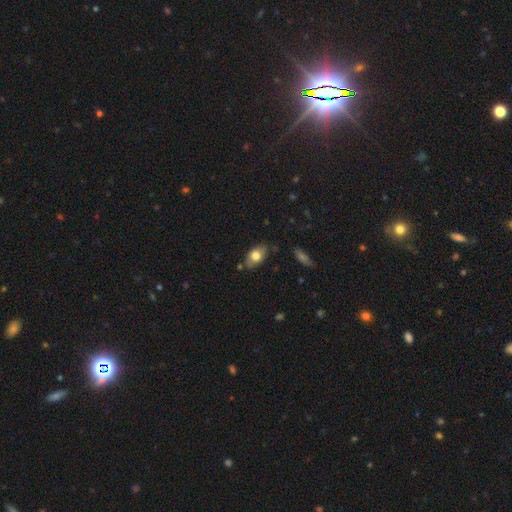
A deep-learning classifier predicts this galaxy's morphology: A smooth galaxy with no disk features (73%) that is in between round and cigar-shaped (88%).

Vote fractions:
- Smooth or featured? smooth: 73% / featured or disk: 20% / star or artifact: 7%
- How rounded? in between: 88% / round: 9% / cigar-shaped: 2%
- Merging? none: 76% / minor disturbance: 17% / merger: 4% / major disturbance: 3%